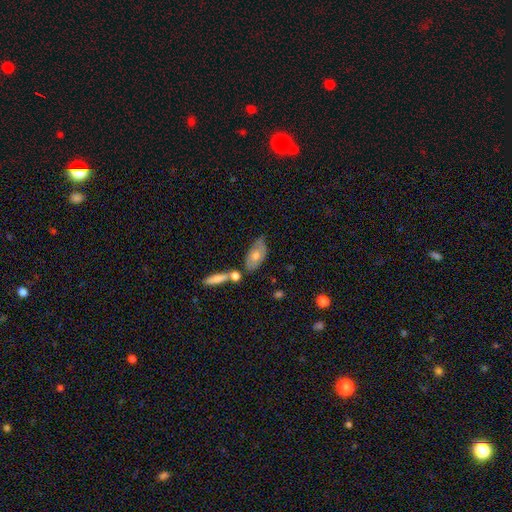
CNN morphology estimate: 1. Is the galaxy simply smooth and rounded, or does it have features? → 52% smooth, 41% featured or disk, 7% star or artifact.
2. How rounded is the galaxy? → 85% in between, 11% cigar-shaped, 4% round.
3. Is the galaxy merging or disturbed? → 54% none, 21% minor disturbance, 19% merger, 6% major disturbance.